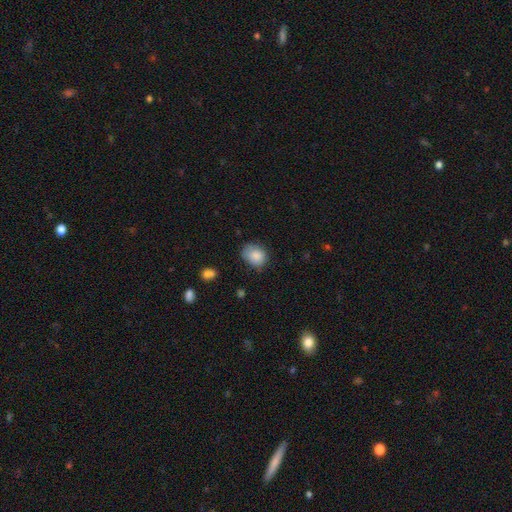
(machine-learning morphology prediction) A smooth galaxy with no disk features (84%) that is round (50%).

Vote fractions:
- Smooth or featured? smooth: 84% / star or artifact: 8% / featured or disk: 8%
- How rounded? round: 50% / in between: 49% / cigar-shaped: 1%
- Merging? none: 62% / minor disturbance: 29% / major disturbance: 7% / merger: 2%